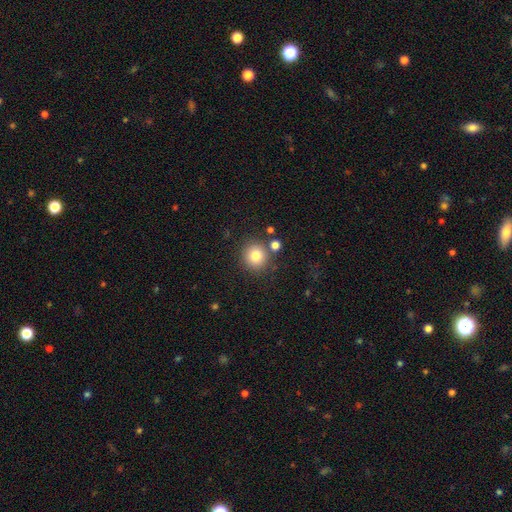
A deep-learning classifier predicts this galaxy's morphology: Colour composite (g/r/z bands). It shows a smooth galaxy with no disk features (80%) that is round (90%). Merging: none (81%).